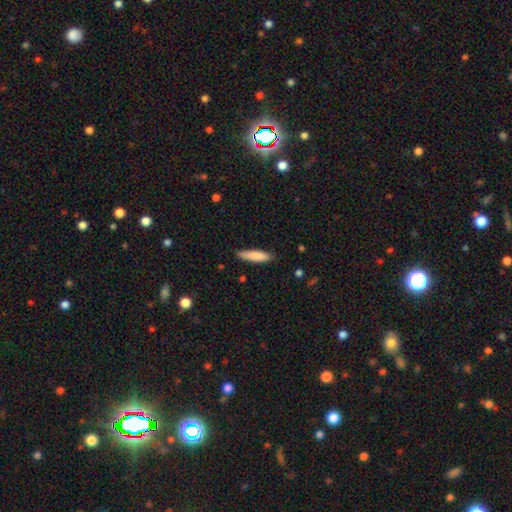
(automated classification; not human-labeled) The model was most divided on "how rounded": cigar-shaped: 72%, in between: 26%, round: 1%. More confident: merging — none (84%); smooth or featured — smooth (84%).